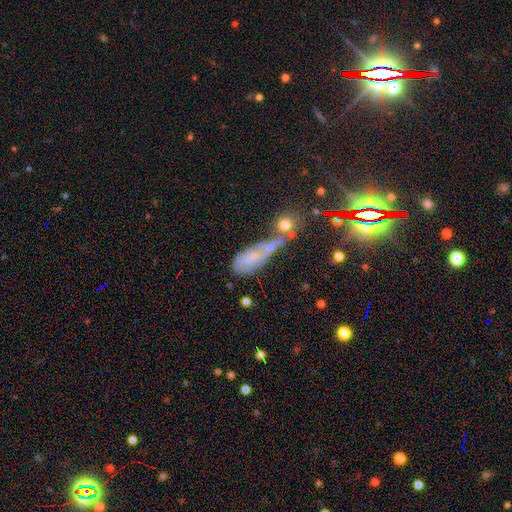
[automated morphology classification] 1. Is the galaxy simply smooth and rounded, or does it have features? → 39% featured or disk (tied), 39% smooth (tied), 22% star or artifact.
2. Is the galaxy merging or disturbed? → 33% merger, 26% none, 21% minor disturbance, 20% major disturbance.